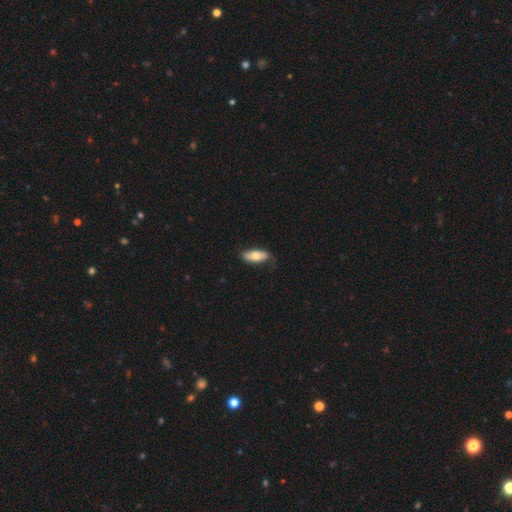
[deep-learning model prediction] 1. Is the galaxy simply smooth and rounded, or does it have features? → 64% smooth, 31% featured or disk, 5% star or artifact.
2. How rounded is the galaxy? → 80% in between, 18% cigar-shaped, 3% round.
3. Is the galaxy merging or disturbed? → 69% none, 24% minor disturbance, 6% major disturbance, 1% merger.